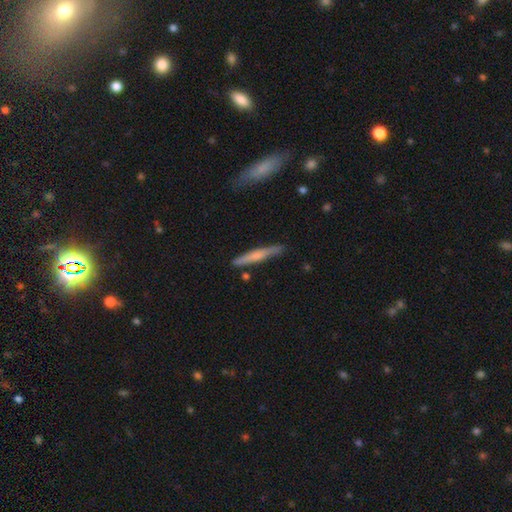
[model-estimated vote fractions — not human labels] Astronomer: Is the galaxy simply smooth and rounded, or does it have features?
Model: smooth — 48% (runner-up: featured or disk, 47%).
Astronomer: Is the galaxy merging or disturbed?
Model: none — 85%.